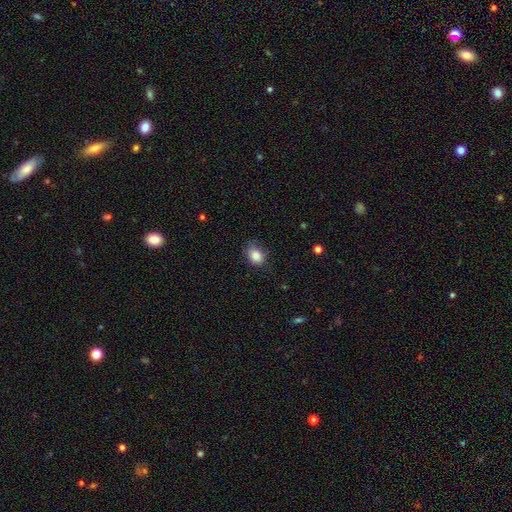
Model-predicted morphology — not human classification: A smooth galaxy with no disk features (86%) that is in between round and cigar-shaped (63%). Merging: none (72%).